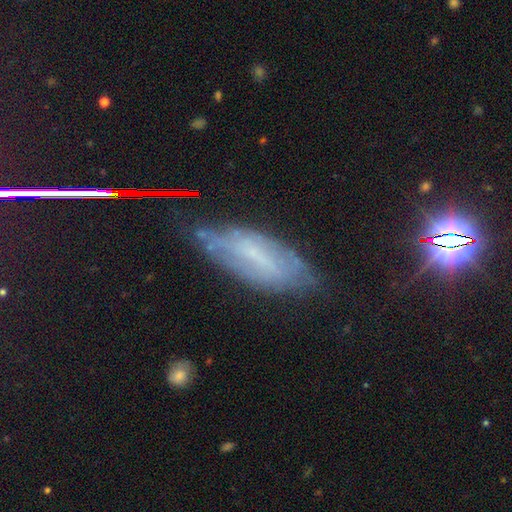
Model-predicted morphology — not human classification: Smooth or featured: featured or disk — 53% (smooth — 32%)
Edge-on disk: no — 76% (yes — 24%)
Merging: none — 62% (minor disturbance — 26%)